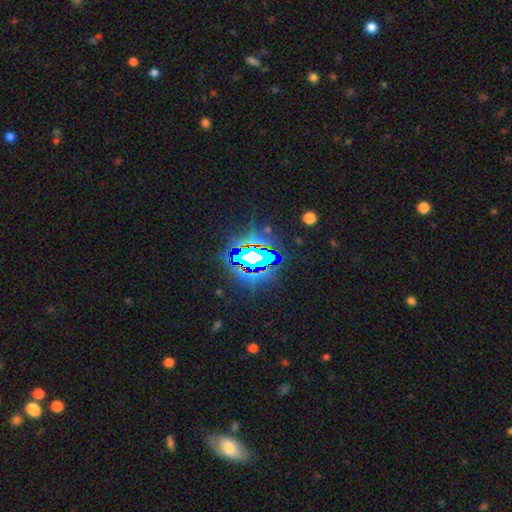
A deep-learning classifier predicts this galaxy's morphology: A star or artifact, not a galaxy (77%).

Vote fractions:
- Smooth or featured? star or artifact: 77% / featured or disk: 12% / smooth: 11%